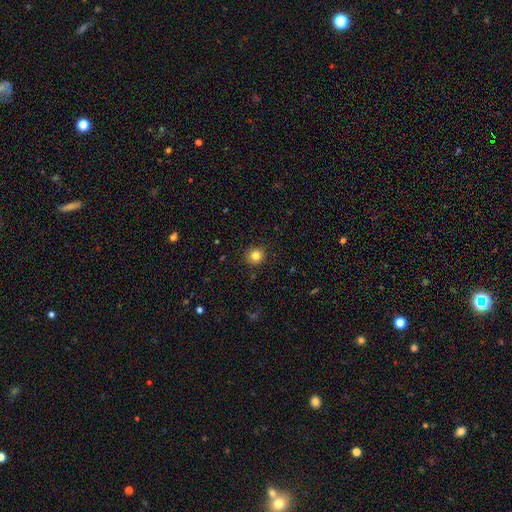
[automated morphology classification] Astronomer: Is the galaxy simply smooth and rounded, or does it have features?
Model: smooth — 82%.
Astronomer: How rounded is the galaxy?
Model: round — 93%.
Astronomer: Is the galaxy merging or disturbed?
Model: none — 92%.